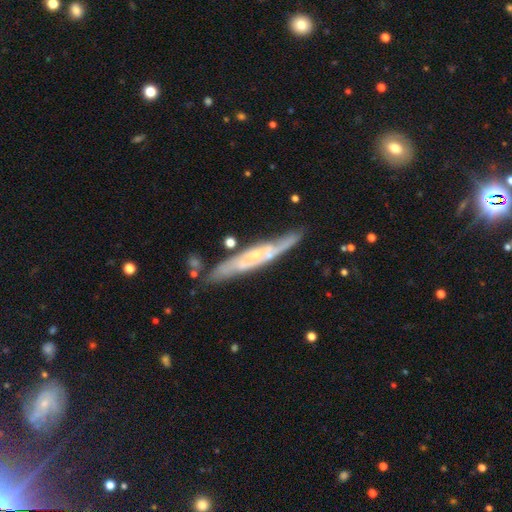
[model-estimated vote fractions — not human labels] Smooth or featured? featured or disk (72%)
Edge-on disk? yes (61%)
Merging? none (72%)